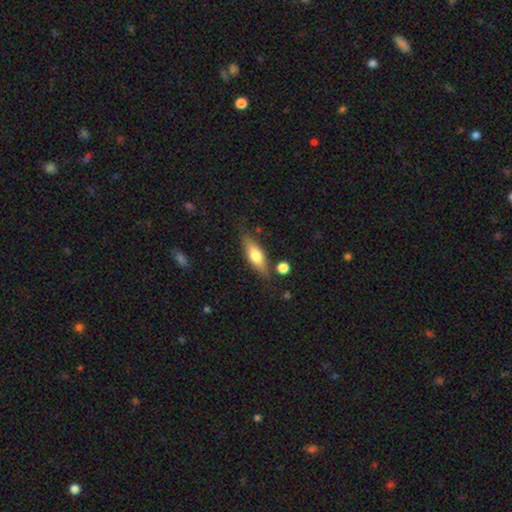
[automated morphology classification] Smooth or featured? smooth (61%)
How rounded? in between (57%)
Merging? none (75%)